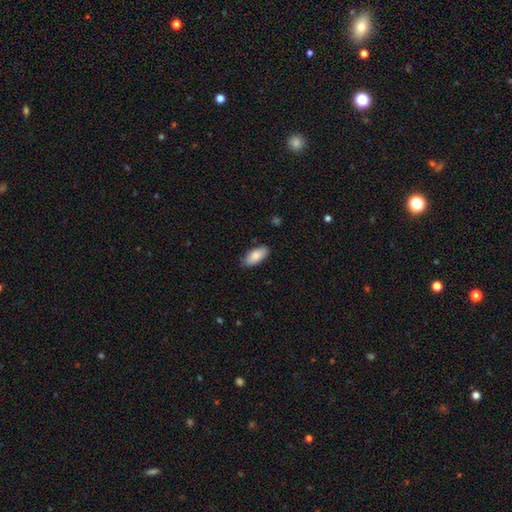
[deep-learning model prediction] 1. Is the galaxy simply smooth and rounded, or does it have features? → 84% smooth, 10% featured or disk, 6% star or artifact.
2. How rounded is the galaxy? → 89% in between, 9% cigar-shaped, 2% round.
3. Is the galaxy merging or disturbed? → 83% none, 13% minor disturbance, 2% major disturbance, 1% merger.